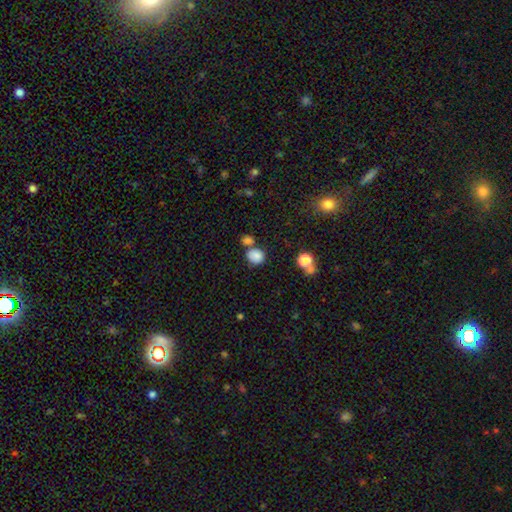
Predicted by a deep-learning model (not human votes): A smooth galaxy with no disk features (84%) that is round (77%).

Vote fractions:
- Smooth or featured? smooth: 84% / star or artifact: 11% / featured or disk: 6%
- How rounded? round: 77% / in between: 22% / cigar-shaped: 1%
- Merging? none: 61% / merger: 23% / minor disturbance: 12% / major disturbance: 4%